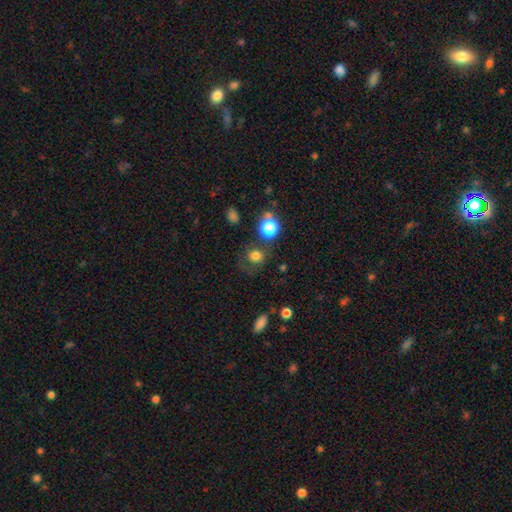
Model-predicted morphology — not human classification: Smooth or featured: smooth — 74% (star or artifact — 16%)
How rounded: round — 81% (in between — 18%)
Merging: none — 66% (minor disturbance — 16%)